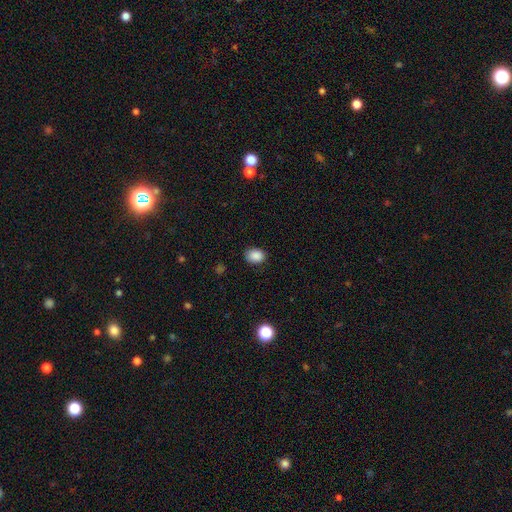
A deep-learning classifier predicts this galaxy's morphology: Overall: smooth (88%). How rounded: in between (65%; round 34%). Merging: none (85%).